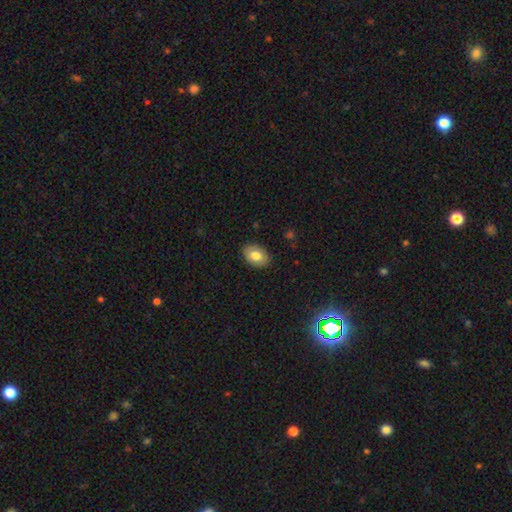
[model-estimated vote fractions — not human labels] smooth 78%, featured or disk 15%, star or artifact 7%. Down the decision tree: how rounded — in between (84%); merging — none (87%).